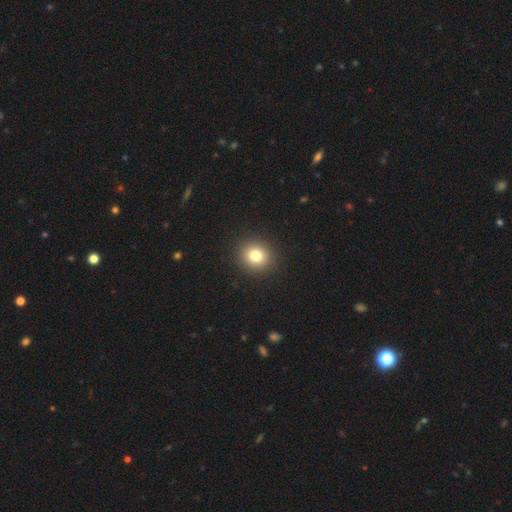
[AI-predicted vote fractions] The model was most divided on "smooth or featured": smooth: 80%, star or artifact: 12%, featured or disk: 8%. More confident: merging — none (92%); how rounded — round (84%).